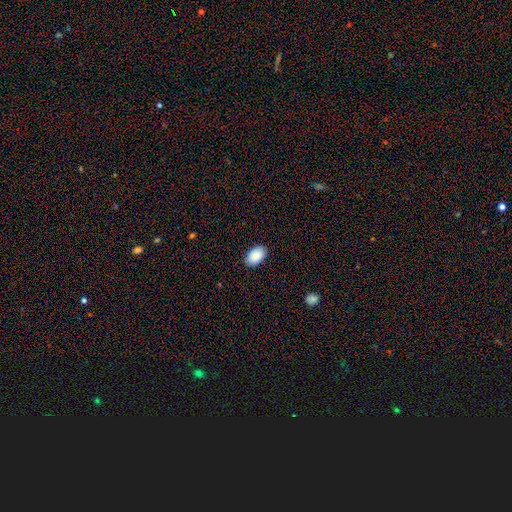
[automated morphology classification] Smooth or featured: smooth — 90% (star or artifact — 6%)
How rounded: in between — 92% (round — 7%)
Merging: none — 89% (minor disturbance — 8%)